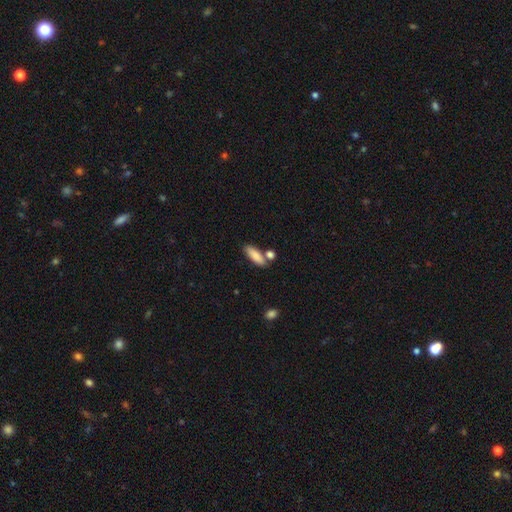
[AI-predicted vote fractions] Smooth or featured: smooth — 84% (featured or disk — 10%)
How rounded: in between — 63% (cigar-shaped — 34%)
Merging: none — 65% (merger — 18%)